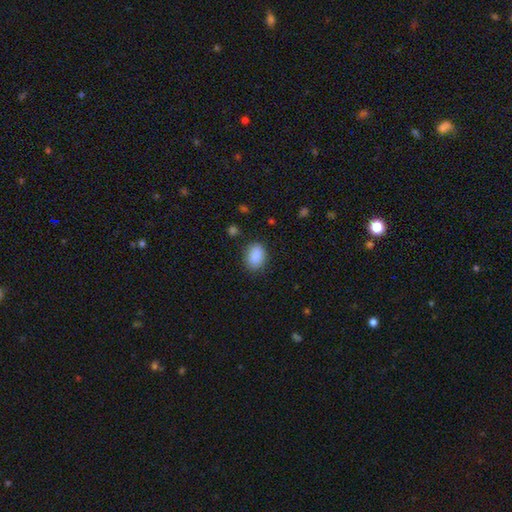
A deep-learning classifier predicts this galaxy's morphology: Q: Smooth or featured?
A: smooth (89%); runner-up: star or artifact (8%)
Q: How rounded?
A: in between (78%); runner-up: round (21%)
Q: Merging?
A: none (83%); runner-up: minor disturbance (12%)